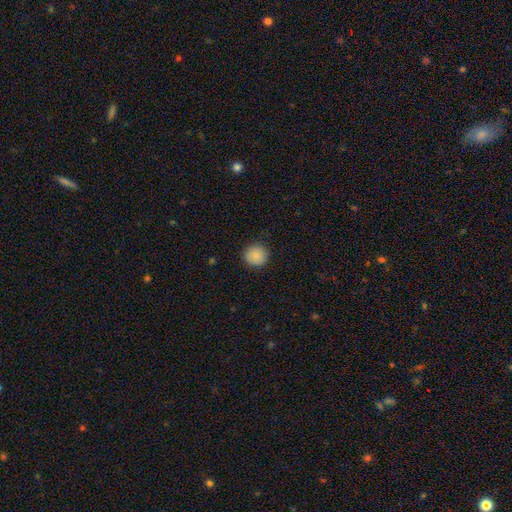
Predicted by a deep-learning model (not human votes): smooth 87%, star or artifact 9%, featured or disk 4%. Down the decision tree: how rounded — round (92%); merging — none (89%).